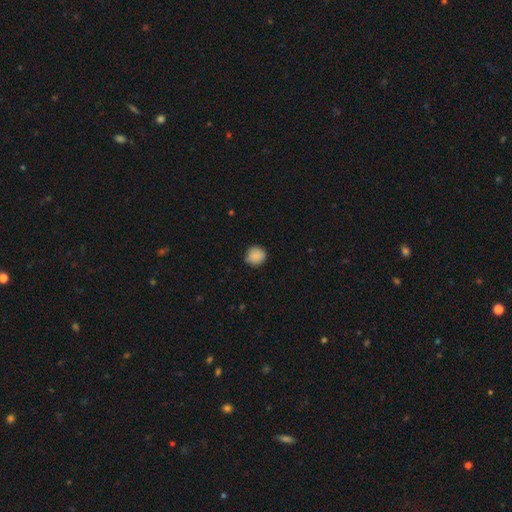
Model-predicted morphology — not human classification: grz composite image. It shows a smooth galaxy with no disk features (88%) that is round (89%). Merging: none (84%).